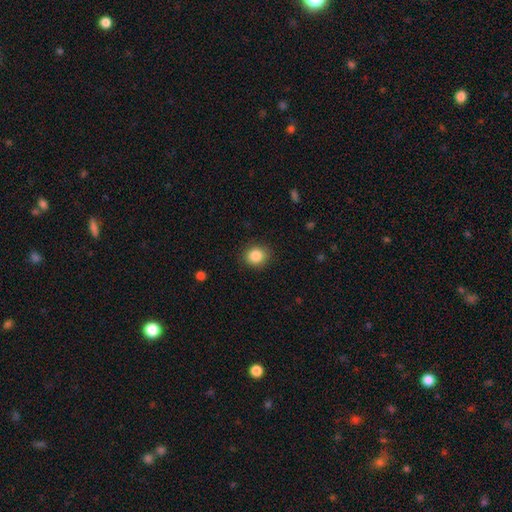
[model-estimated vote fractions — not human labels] Morphology: type=smooth (85%); roundness=round (80%); merging=none (88%).